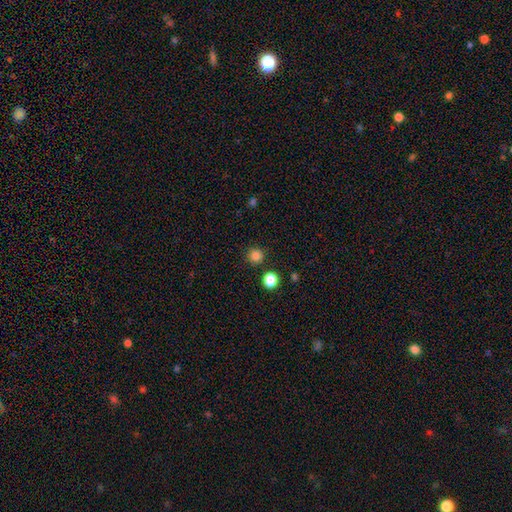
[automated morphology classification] Smooth or featured? Predicted: smooth (p=0.84). How rounded? Predicted: round (p=0.95). Merging? Predicted: none (p=0.89).